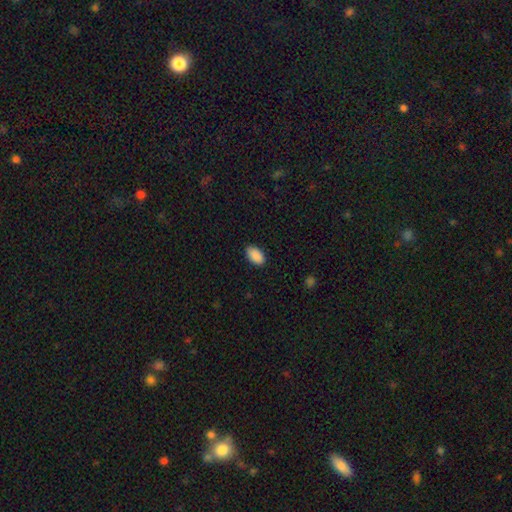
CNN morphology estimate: The model was most divided on "merging": none: 88%, minor disturbance: 9%, major disturbance: 2%, merger: 1%. More confident: how rounded — in between (94%); smooth or featured — smooth (91%).